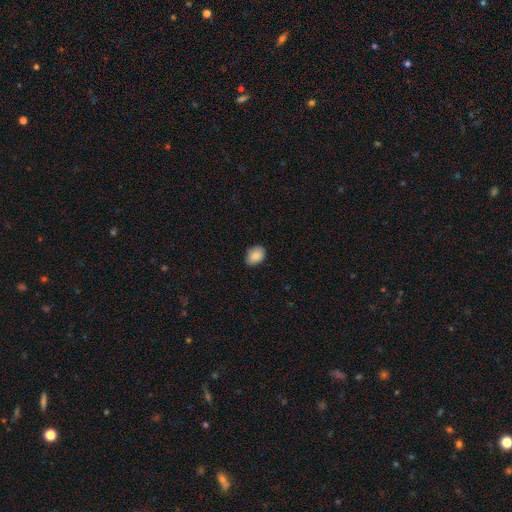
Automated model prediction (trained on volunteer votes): smooth_or_featured: smooth (p=0.89) [alt: star or artifact p=0.07]
how_rounded: in between (p=0.78) [alt: round p=0.21]
merging: none (p=0.84) [alt: minor disturbance p=0.13]